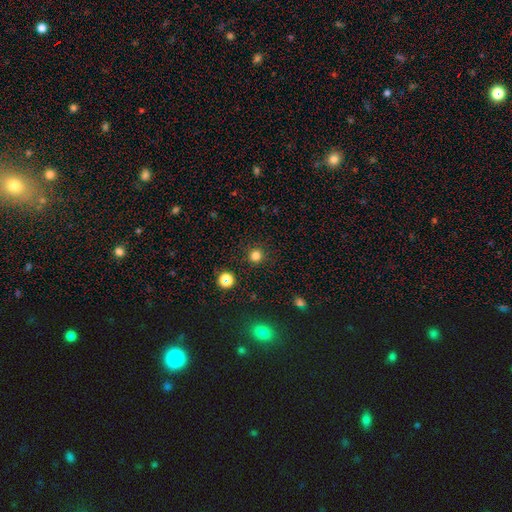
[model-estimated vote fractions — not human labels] Smooth or featured: smooth — 80% (star or artifact — 16%)
How rounded: round — 94% (in between — 5%)
Merging: none — 90% (minor disturbance — 6%)